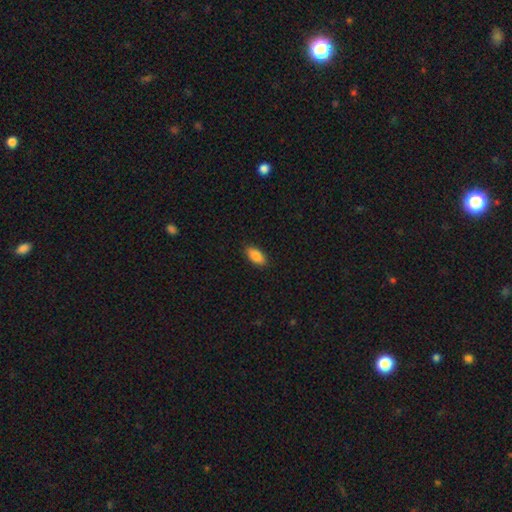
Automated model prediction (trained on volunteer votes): Smooth or featured?
  - smooth: 87% *
  - star or artifact: 7%
  - featured or disk: 6%
How rounded?
  - in between: 89% *
  - cigar-shaped: 9%
  - round: 2%
Merging?
  - none: 88% *
  - minor disturbance: 9%
  - major disturbance: 2%
  - merger: 1%